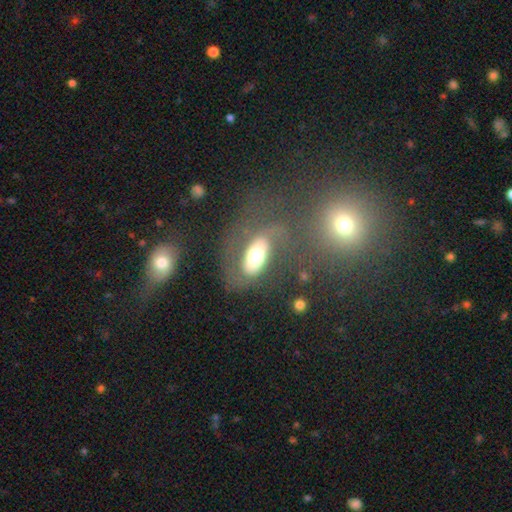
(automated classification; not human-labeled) Q: Smooth or featured?
A: featured or disk (46%); tied with: smooth (46%)
Q: Merging?
A: none (52%); runner-up: major disturbance (23%)